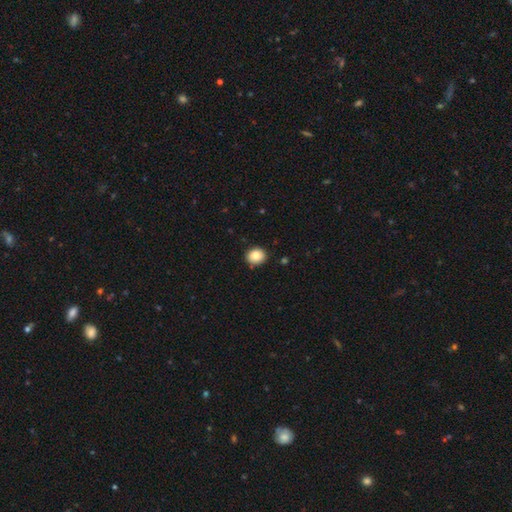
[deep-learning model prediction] Smooth or featured? Predicted: smooth (p=0.85). How rounded? Predicted: round (p=0.74). Merging? Predicted: none (p=0.89).